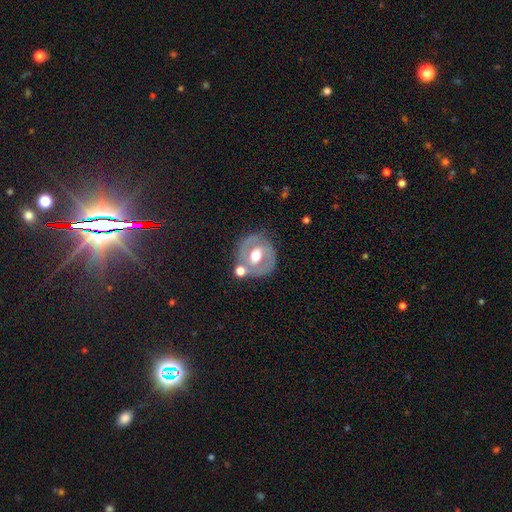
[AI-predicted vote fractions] smooth-or-featured: featured or disk: 62% | smooth: 31% | star or artifact: 7%
  disk-edge-on: no: 94% | yes: 6%
    bar: no: 43% | weak: 38% | strong: 19%
    has-spiral-arms: no: 58% | yes: 42%
    bulge-size: moderate: 69% | large: 23% | small: 6% | dominant: 1% | none: 1%
  merging: none: 63% | minor disturbance: 17% | merger: 13% | major disturbance: 7%